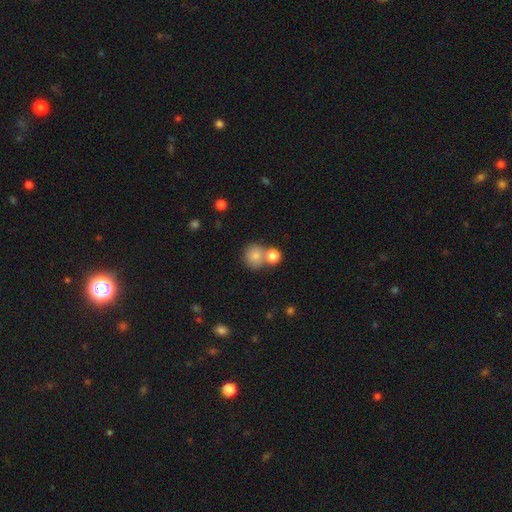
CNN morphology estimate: A smooth galaxy with no disk features (81%) that is round (86%). Merging: none (51%).